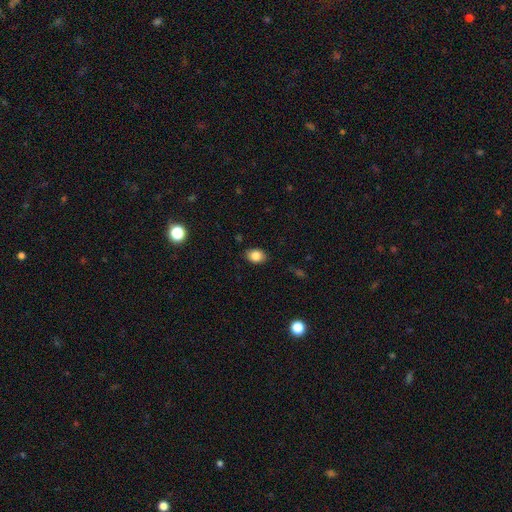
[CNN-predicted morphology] Smooth or featured? Predicted: smooth (p=0.85). How rounded? Predicted: in between (p=0.70). Merging? Predicted: none (p=0.85).